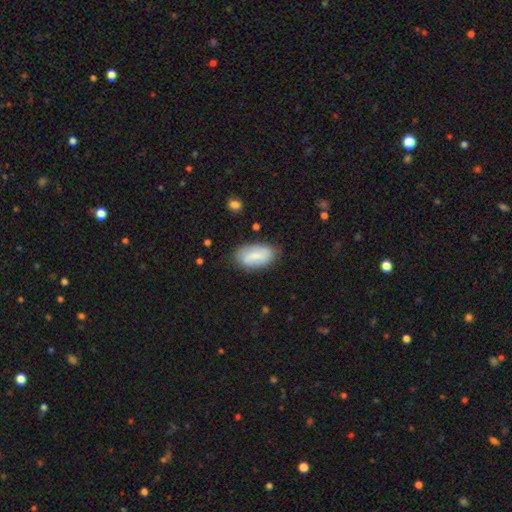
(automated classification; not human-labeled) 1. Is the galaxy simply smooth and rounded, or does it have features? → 68% smooth, 25% featured or disk, 7% star or artifact.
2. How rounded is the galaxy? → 93% in between, 4% round, 3% cigar-shaped.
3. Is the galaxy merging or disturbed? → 75% none, 19% minor disturbance, 4% major disturbance, 2% merger.